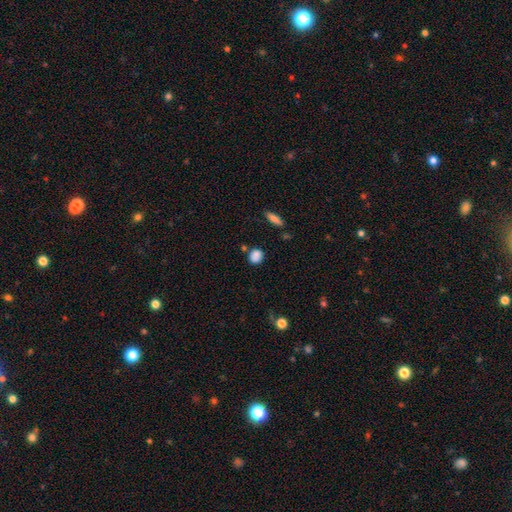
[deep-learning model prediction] Smooth or featured? smooth (84%)
How rounded? round (77%)
Merging? none (73%)